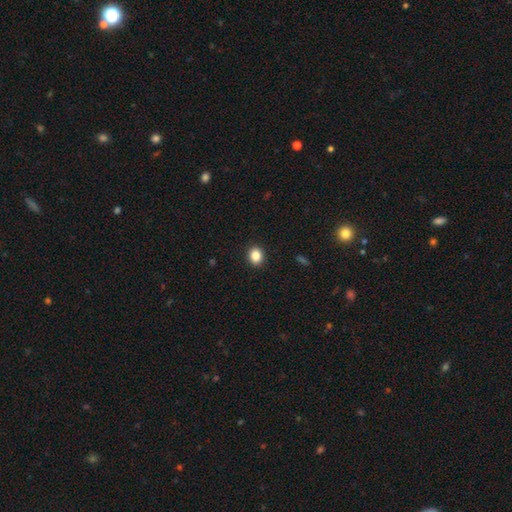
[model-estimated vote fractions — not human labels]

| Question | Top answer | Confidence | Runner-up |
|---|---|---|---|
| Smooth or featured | smooth | 86% | star or artifact (10%) |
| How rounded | round | 64% | in between (35%) |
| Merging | none | 91% | minor disturbance (6%) |